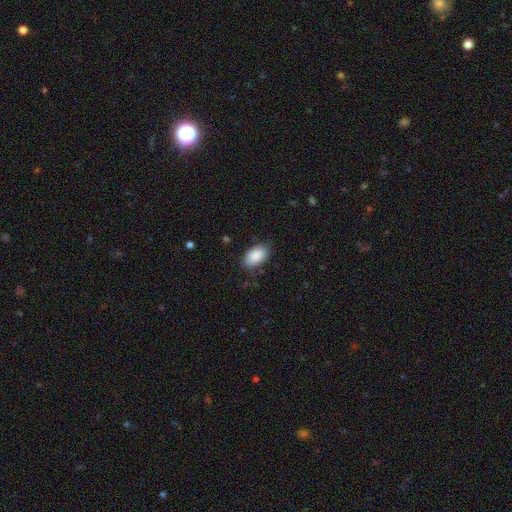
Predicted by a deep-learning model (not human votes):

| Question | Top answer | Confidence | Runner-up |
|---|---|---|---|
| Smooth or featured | smooth | 89% | star or artifact (6%) |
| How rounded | in between | 93% | round (5%) |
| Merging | none | 78% | minor disturbance (17%) |